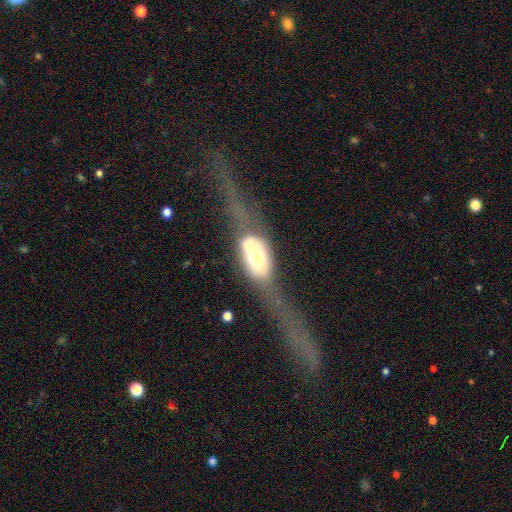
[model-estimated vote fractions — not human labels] Overall: smooth (47%; featured or disk 43%). Merging: major disturbance (51%; merger 21%).